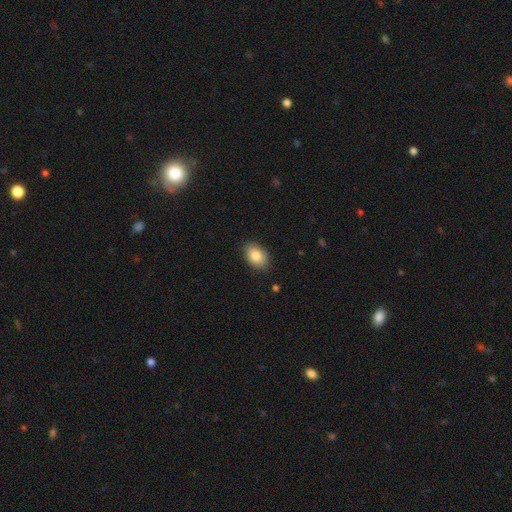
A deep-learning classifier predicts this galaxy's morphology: Q: Smooth or featured?
A: smooth (85%); runner-up: featured or disk (8%)
Q: How rounded?
A: in between (87%); runner-up: round (12%)
Q: Merging?
A: none (85%); runner-up: minor disturbance (11%)